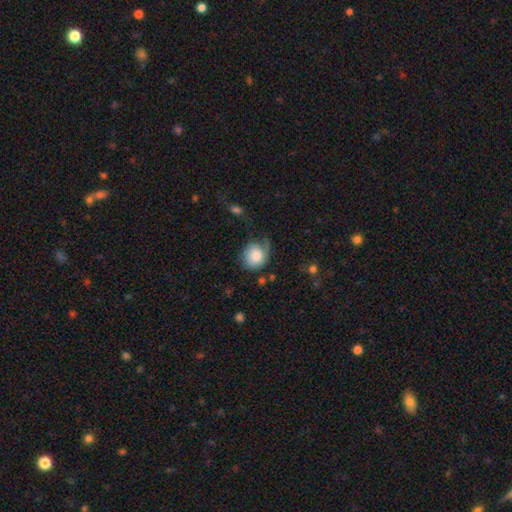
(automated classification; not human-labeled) This appears to be a smooth galaxy with no disk features (77%) that is round (76%). Merging: none (51%).